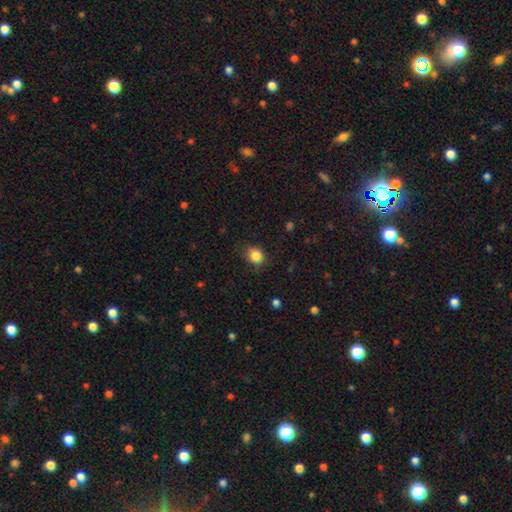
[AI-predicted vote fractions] smooth 85%, star or artifact 10%, featured or disk 5%. Down the decision tree: how rounded — round (62%); merging — none (75%).